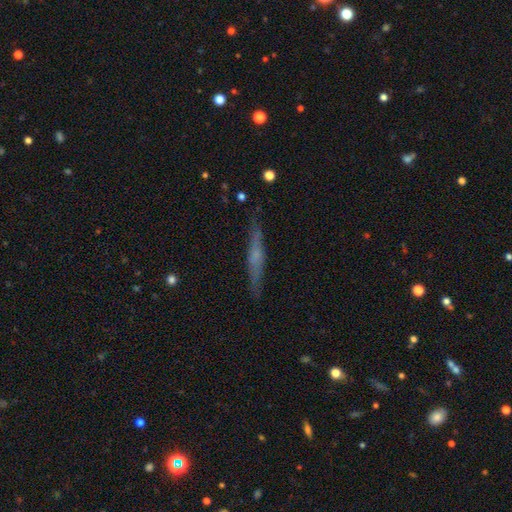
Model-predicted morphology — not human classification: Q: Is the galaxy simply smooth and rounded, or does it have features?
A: featured or disk — 57%.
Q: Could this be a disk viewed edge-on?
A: yes — 94%.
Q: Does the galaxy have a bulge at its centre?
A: rounded — 45%.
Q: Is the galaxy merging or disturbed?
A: none — 85%.